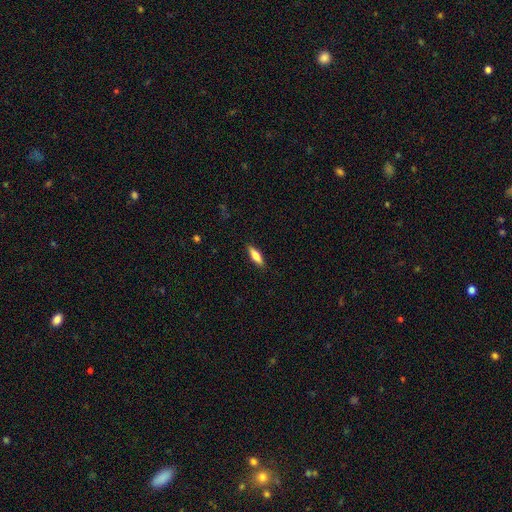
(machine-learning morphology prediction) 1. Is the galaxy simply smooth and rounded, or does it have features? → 77% smooth, 17% featured or disk, 6% star or artifact.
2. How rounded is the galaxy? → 51% cigar-shaped, 47% in between, 2% round.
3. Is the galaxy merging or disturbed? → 88% none, 9% minor disturbance, 2% major disturbance, 1% merger.